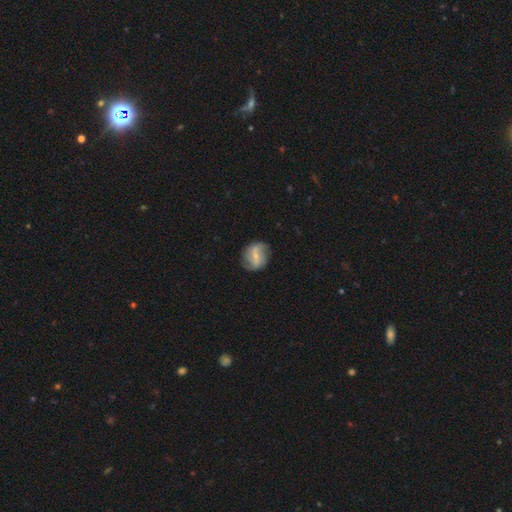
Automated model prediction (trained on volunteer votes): A featured or disk galaxy (68%) with a weak bar (48%), 2 (76%) loose (52%) spiral arms (86%) and a small central bulge (61%).

Vote fractions:
- Smooth or featured? featured or disk: 68% / smooth: 25% / star or artifact: 7%
- Edge-on disk? no: 97% / yes: 3%
- Bar? weak: 48% / strong: 32% / no: 21%
- Spiral arms? yes: 86% / no: 14%
- Spiral winding? loose: 52% / medium: 33% / tight: 15%
- Spiral arm count? 2: 76% / can't tell: 12% / 3: 5% / 1: 4% / 4: 2% / more than 4: 2%
- Bulge size? small: 61% / moderate: 26% / none: 10% / large: 1% / dominant: 1%
- Merging? none: 74% / minor disturbance: 18% / major disturbance: 6% / merger: 2%